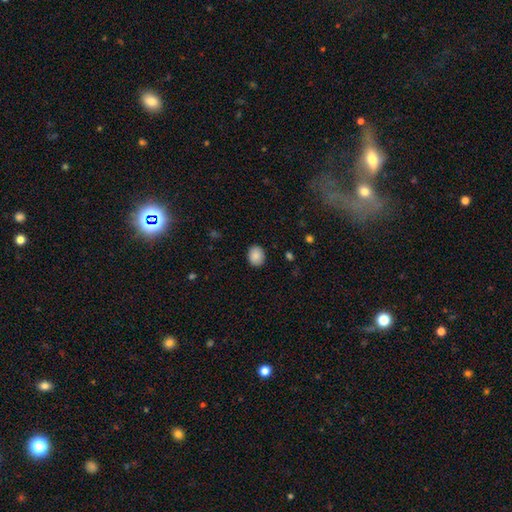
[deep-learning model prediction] A smooth galaxy with no disk features (89%) that is round (53%).

Vote fractions:
- Smooth or featured? smooth: 89% / star or artifact: 8% / featured or disk: 4%
- How rounded? round: 53% / in between: 46% / cigar-shaped: 1%
- Merging? none: 89% / minor disturbance: 8% / major disturbance: 2% / merger: 1%